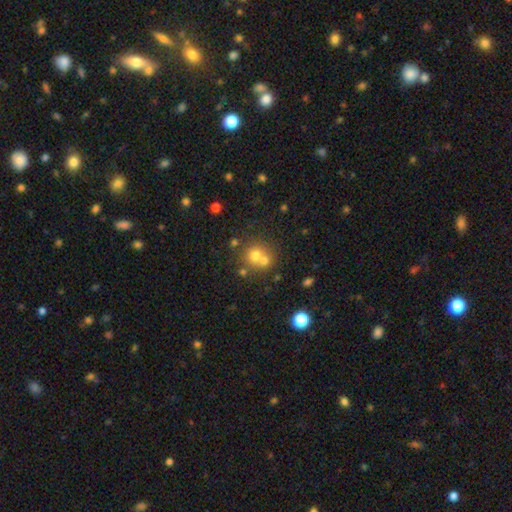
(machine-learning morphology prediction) This is likely a smooth galaxy (67%). How rounded: clearly round (86%). Merging: possibly none (45%).